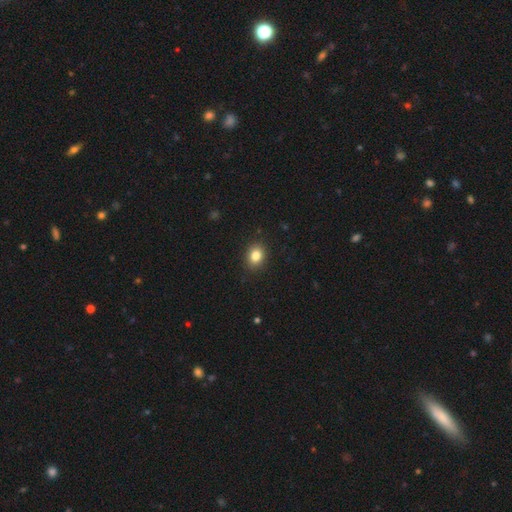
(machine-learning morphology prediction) A smooth galaxy with no disk features (84%) that is in between round and cigar-shaped (54%). Merging: none (90%).